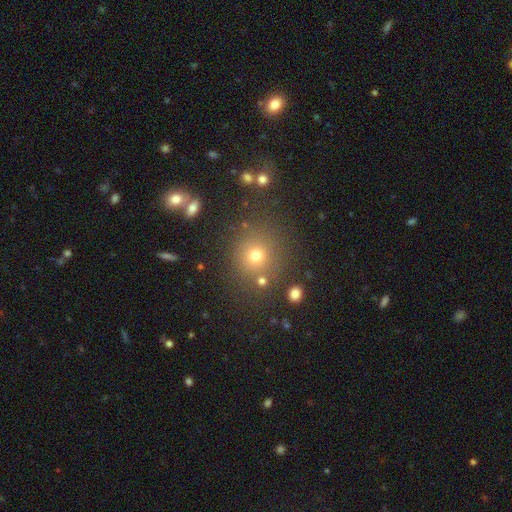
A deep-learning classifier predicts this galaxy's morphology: The model was most divided on "smooth or featured": smooth: 71%, star or artifact: 20%, featured or disk: 9%. More confident: how rounded — round (89%); merging — none (80%).